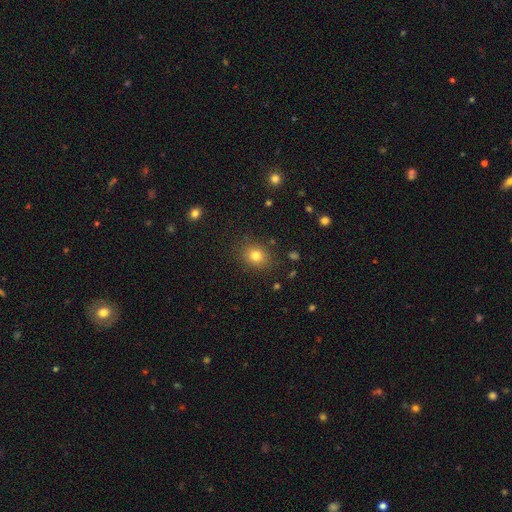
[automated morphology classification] Smooth or featured? Predicted: smooth (p=0.79). How rounded? Predicted: round (p=0.64). Merging? Predicted: none (p=0.86).